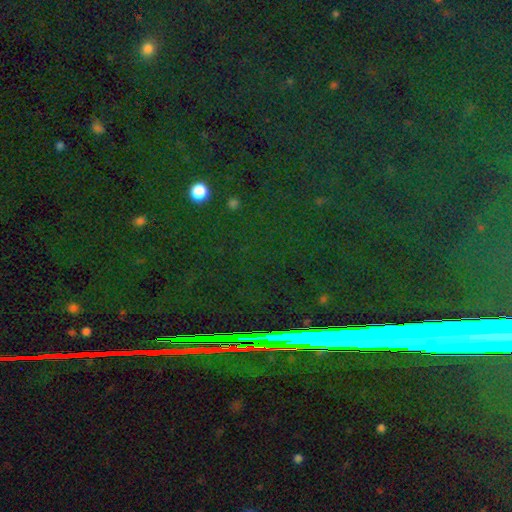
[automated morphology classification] This appears to be a star or artifact, not a galaxy (81%).